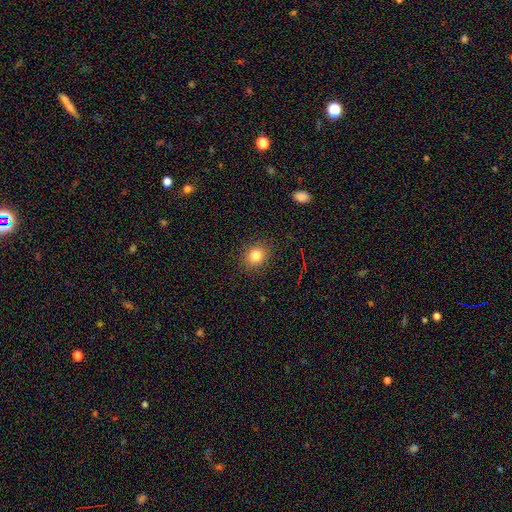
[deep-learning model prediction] Smooth or featured? smooth (81%)
How rounded? round (67%)
Merging? none (88%)